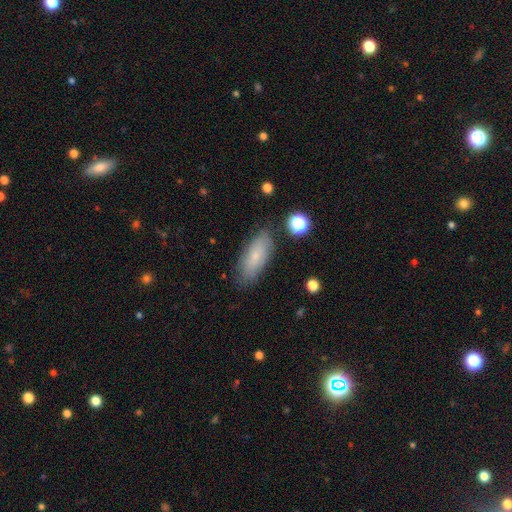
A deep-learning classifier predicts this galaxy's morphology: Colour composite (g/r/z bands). It shows a smooth galaxy with no disk features (71%) that is in between round and cigar-shaped (79%). Merging: none (81%).